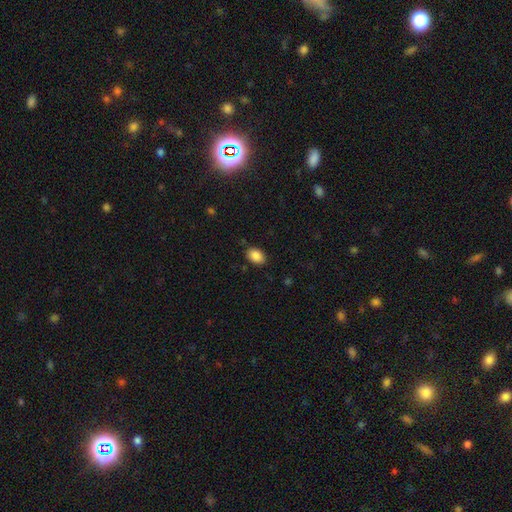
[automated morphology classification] Smooth or featured? smooth (88%)
How rounded? in between (85%)
Merging? none (85%)